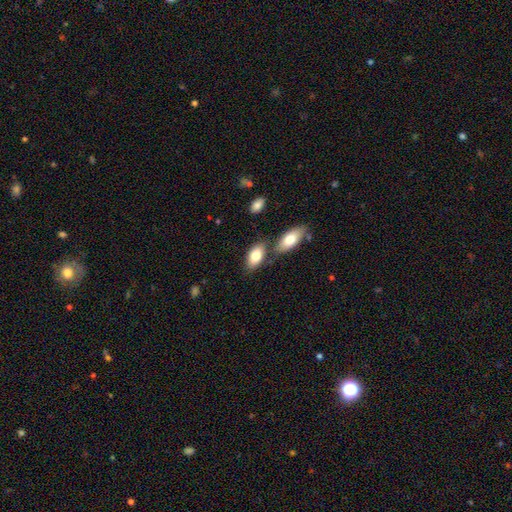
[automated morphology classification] smooth 81%, featured or disk 13%, star or artifact 6%. Down the decision tree: how rounded — in between (92%); merging — none (64%).